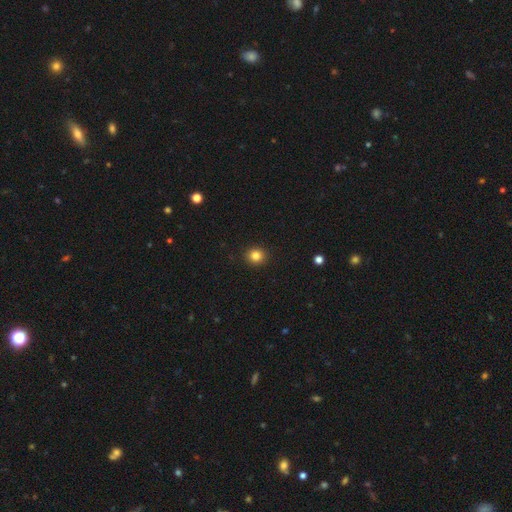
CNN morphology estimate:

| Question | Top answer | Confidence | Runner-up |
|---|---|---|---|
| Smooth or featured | smooth | 83% | star or artifact (12%) |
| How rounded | round | 86% | in between (13%) |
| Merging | none | 92% | minor disturbance (5%) |